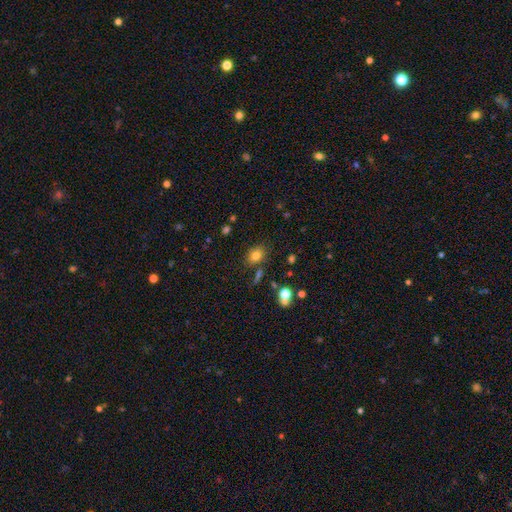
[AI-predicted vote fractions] A smooth galaxy with no disk features (78%) that is in between round and cigar-shaped (56%).

Vote fractions:
- Smooth or featured? smooth: 78% / star or artifact: 14% / featured or disk: 9%
- How rounded? in between: 56% / round: 43% / cigar-shaped: 1%
- Merging? none: 76% / minor disturbance: 13% / merger: 6% / major disturbance: 4%